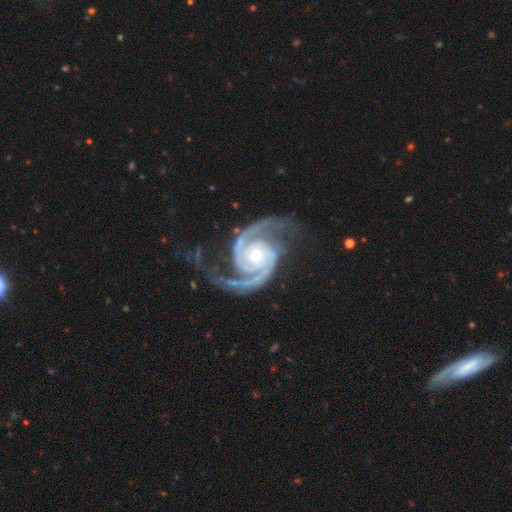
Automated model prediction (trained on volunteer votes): The model was most divided on "spiral winding": medium: 54%, tight: 34%, loose: 11%. More confident: spiral arms — yes (99%); edge-on disk — no (98%); smooth or featured — featured or disk (94%); spiral arm count — 2 (87%); bar — no (71%); merging — none (70%); bulge size — small (62%).